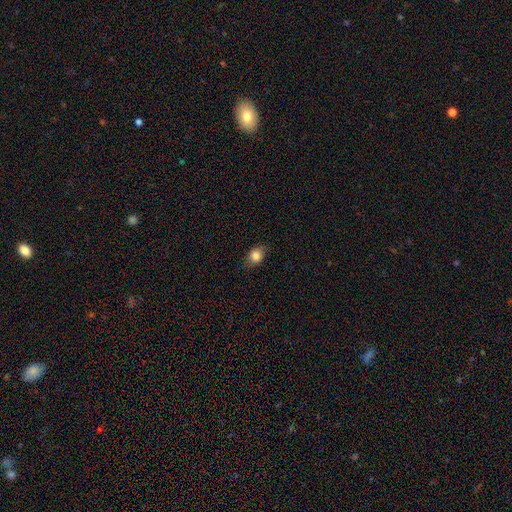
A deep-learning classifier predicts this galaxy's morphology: type=smooth (83%); roundness=in between (61%); merging=none (78%).